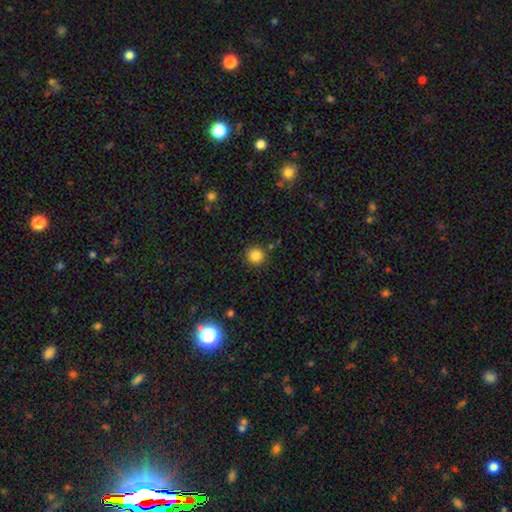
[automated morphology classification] The model was most divided on "smooth or featured": smooth: 84%, star or artifact: 12%, featured or disk: 4%. More confident: how rounded — round (93%); merging — none (87%).